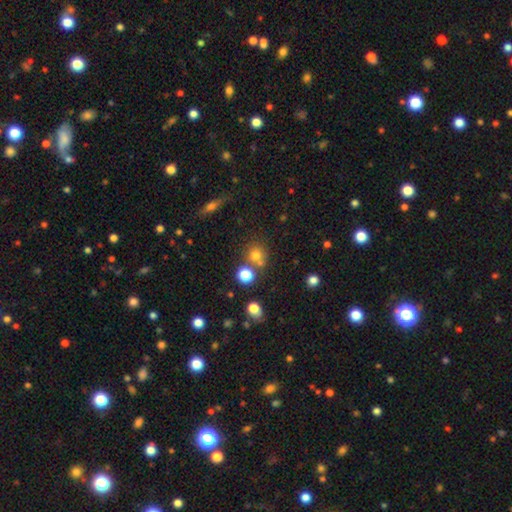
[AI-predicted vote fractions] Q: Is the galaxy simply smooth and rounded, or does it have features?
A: smooth — 72%.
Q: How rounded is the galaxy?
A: round — 87%.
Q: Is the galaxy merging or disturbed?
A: none — 65%.